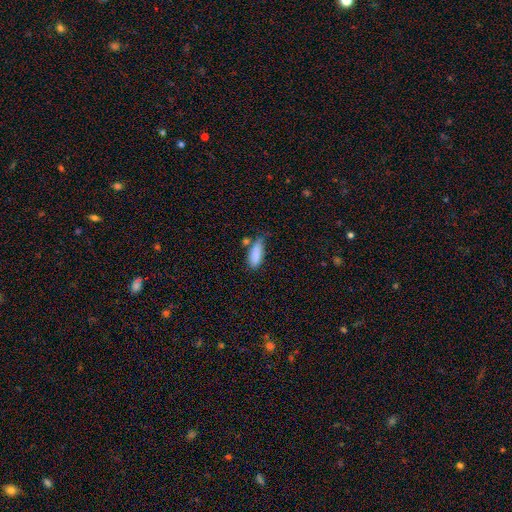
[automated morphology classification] Overall: smooth (86%). How rounded: in between (71%). Merging: none (48%; minor disturbance 32%).